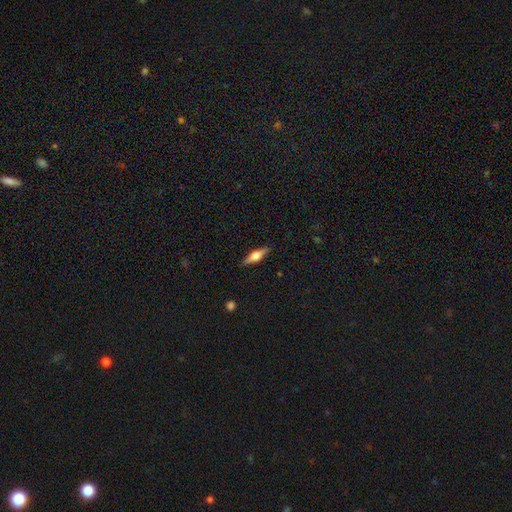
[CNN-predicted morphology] This appears to be a featured or disk galaxy (59%) viewed edge-on (96%) with a rounded central bulge (92%). Merging: none (89%).